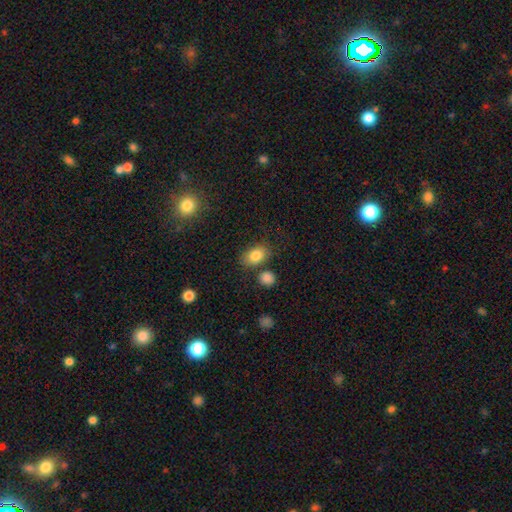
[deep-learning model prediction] A smooth galaxy with no disk features (83%) that is in between round and cigar-shaped (78%). Merging: none (73%).